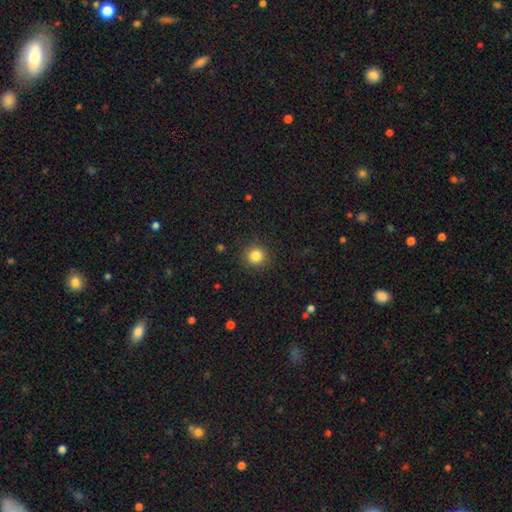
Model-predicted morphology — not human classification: smooth-or-featured: smooth: 85% | star or artifact: 11% | featured or disk: 4%
  how-rounded: round: 93% | in between: 6% | cigar-shaped: 1%
  merging: none: 90% | minor disturbance: 7% | major disturbance: 3% | merger: 1%